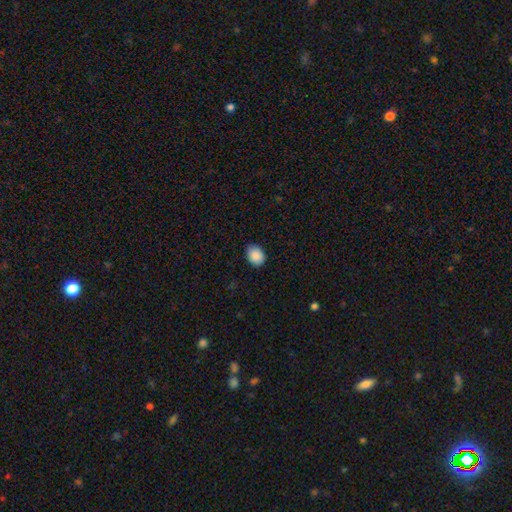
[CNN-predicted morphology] Q: Smooth or featured?
A: smooth (89%); runner-up: star or artifact (8%)
Q: How rounded?
A: in between (65%); runner-up: round (34%)
Q: Merging?
A: none (83%); runner-up: minor disturbance (14%)